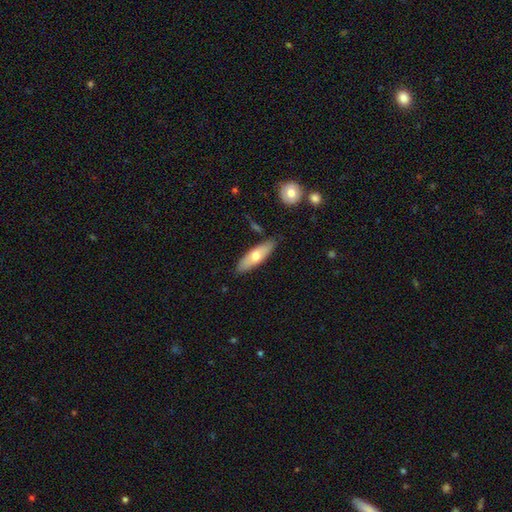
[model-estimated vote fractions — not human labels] Smooth or featured? Predicted: smooth (p=0.61). How rounded? Predicted: in between (p=0.51). Merging? Predicted: none (p=0.84).